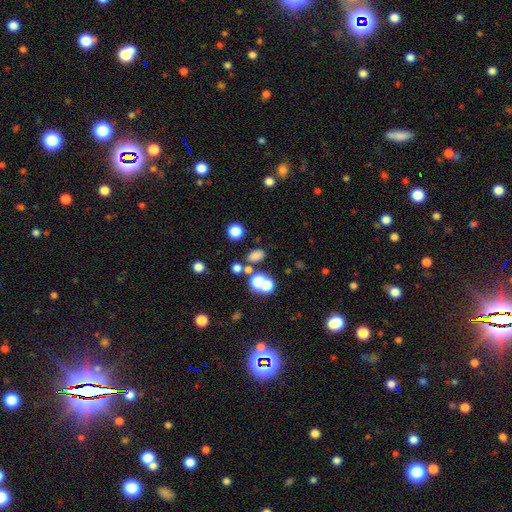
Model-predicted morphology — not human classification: type=smooth (70%); roundness=in between (71%); merging=none (70%).